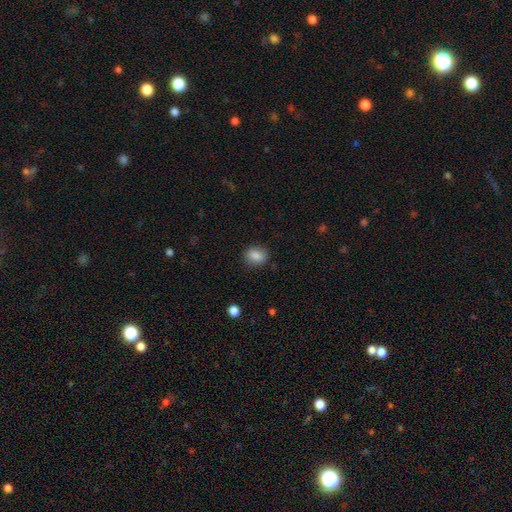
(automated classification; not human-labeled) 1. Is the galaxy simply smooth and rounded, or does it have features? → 85% smooth, 9% star or artifact, 6% featured or disk.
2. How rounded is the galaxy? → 54% in between, 44% round, 2% cigar-shaped.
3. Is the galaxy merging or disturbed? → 84% none, 12% minor disturbance, 3% major disturbance, 1% merger.